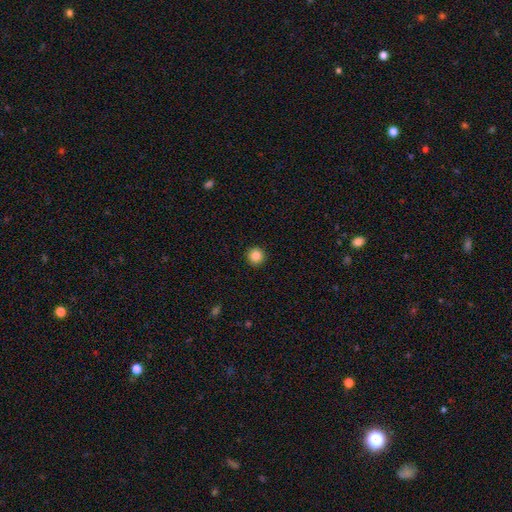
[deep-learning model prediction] smooth 86%, star or artifact 10%, featured or disk 4%. Down the decision tree: how rounded — round (96%); merging — none (93%).